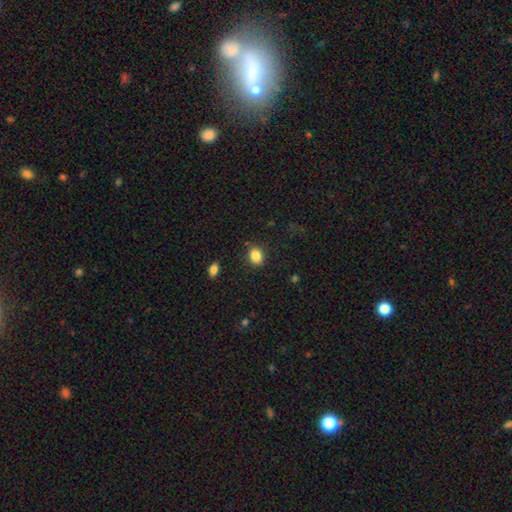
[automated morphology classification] Smooth or featured: smooth — 86% (star or artifact — 9%)
How rounded: in between — 62% (round — 37%)
Merging: none — 84% (minor disturbance — 11%)